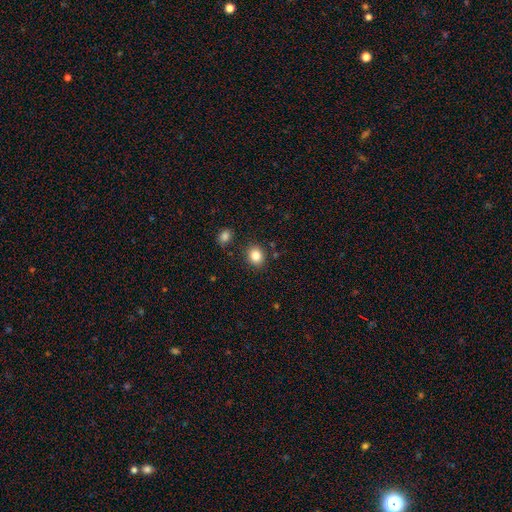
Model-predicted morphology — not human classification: Smooth or featured?
  - smooth: 84% *
  - star or artifact: 10%
  - featured or disk: 6%
How rounded?
  - round: 67% *
  - in between: 32%
  - cigar-shaped: 1%
Merging?
  - none: 85% *
  - minor disturbance: 9%
  - merger: 3%
  - major disturbance: 3%